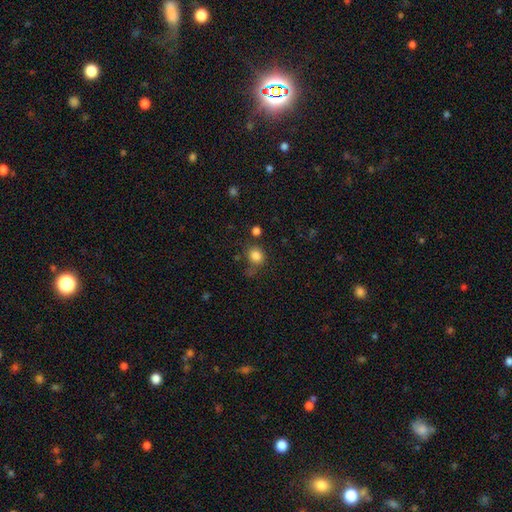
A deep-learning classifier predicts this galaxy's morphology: Q: Smooth or featured?
A: smooth (83%); runner-up: star or artifact (12%)
Q: How rounded?
A: round (73%); runner-up: in between (26%)
Q: Merging?
A: none (68%); runner-up: minor disturbance (16%)